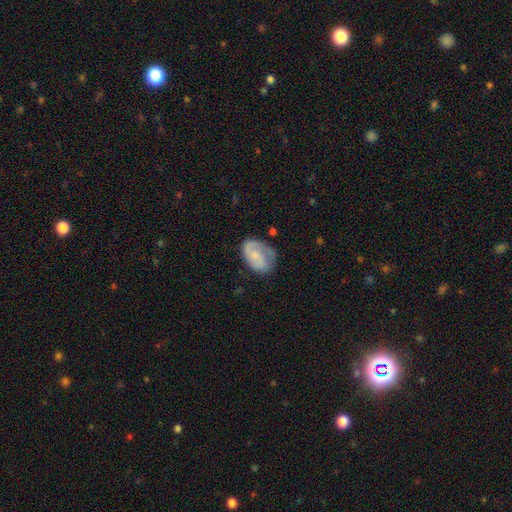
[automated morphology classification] A featured or disk galaxy (55%) with no bar (61%), spiral arms (83%) and a small central bulge (48%).

Vote fractions:
- Smooth or featured? featured or disk: 55% / smooth: 39% / star or artifact: 7%
- Edge-on disk? no: 97% / yes: 3%
- Bar? no: 61% / weak: 32% / strong: 6%
- Spiral arms? yes: 83% / no: 17%
- Bulge size? small: 48% / none: 24% / moderate: 24% / large: 3% / dominant: 1%
- Merging? none: 54% / minor disturbance: 28% / major disturbance: 15% / merger: 2%